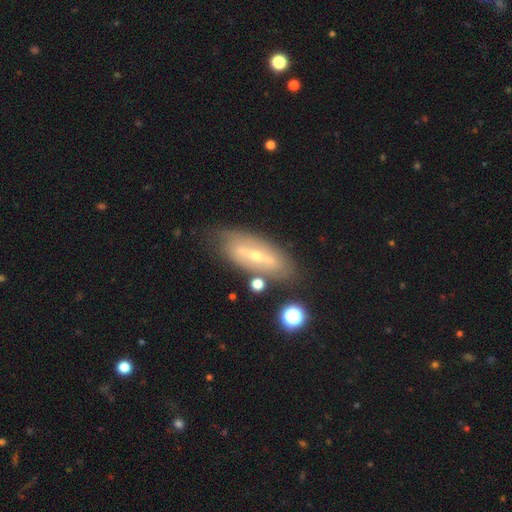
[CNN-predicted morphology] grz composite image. It shows a featured or disk galaxy (71%). Merging: none (76%).